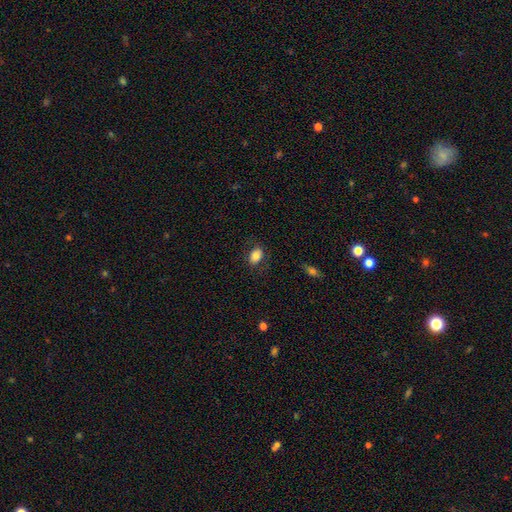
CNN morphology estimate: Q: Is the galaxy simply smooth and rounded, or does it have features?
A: smooth — 82%.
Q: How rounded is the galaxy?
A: in between — 84%.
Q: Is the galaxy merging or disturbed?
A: none — 80%.